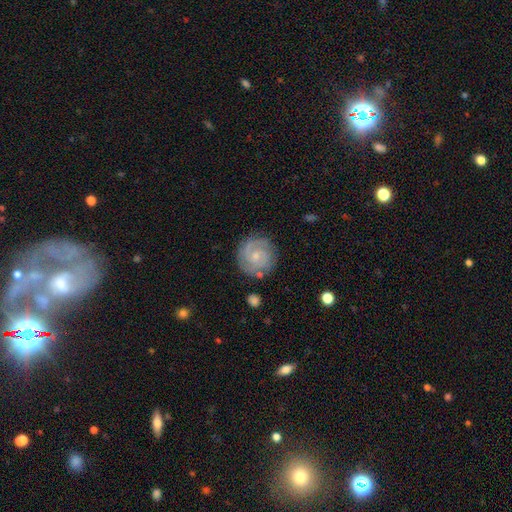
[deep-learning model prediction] A featured or disk galaxy (78%) with no bar (62%), 2 (65%) tight (65%) spiral arms (95%) and a small central bulge (66%).

Vote fractions:
- Smooth or featured? featured or disk: 78% / smooth: 17% / star or artifact: 6%
- Edge-on disk? no: 98% / yes: 2%
- Bar? no: 62% / weak: 33% / strong: 5%
- Spiral arms? yes: 95% / no: 5%
- Spiral winding? tight: 65% / medium: 29% / loose: 6%
- Spiral arm count? 2: 65% / 3: 14% / can't tell: 13% / 1: 3% / 4: 3% / more than 4: 2%
- Bulge size? small: 66% / moderate: 27% / none: 5% / large: 1% / dominant: 1%
- Merging? none: 81% / minor disturbance: 13% / major disturbance: 4% / merger: 3%